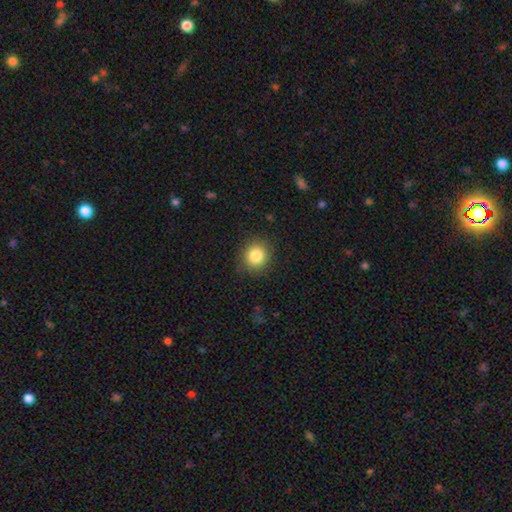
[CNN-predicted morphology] Overall: smooth (84%). How rounded: round (87%). Merging: none (89%).